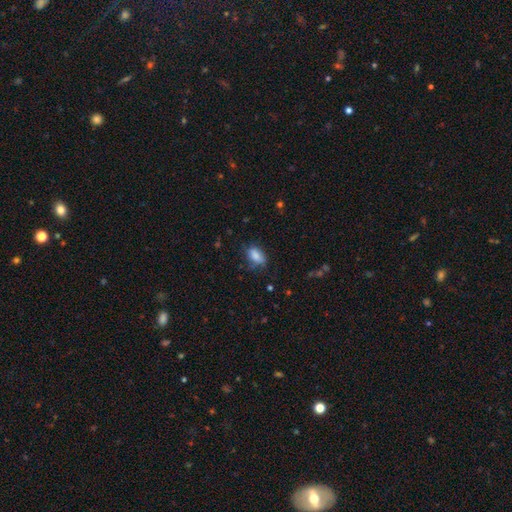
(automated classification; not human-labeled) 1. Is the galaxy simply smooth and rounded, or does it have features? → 82% smooth, 9% featured or disk, 8% star or artifact.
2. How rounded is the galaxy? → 88% in between, 7% round, 5% cigar-shaped.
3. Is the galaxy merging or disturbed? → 63% none, 27% minor disturbance, 9% major disturbance, 2% merger.